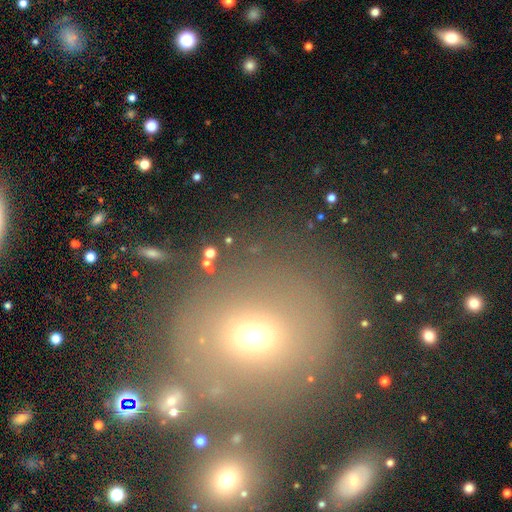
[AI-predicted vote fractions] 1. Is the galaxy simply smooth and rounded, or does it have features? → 49% smooth, 31% star or artifact, 20% featured or disk.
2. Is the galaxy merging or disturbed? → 70% none, 12% minor disturbance, 9% merger, 8% major disturbance.